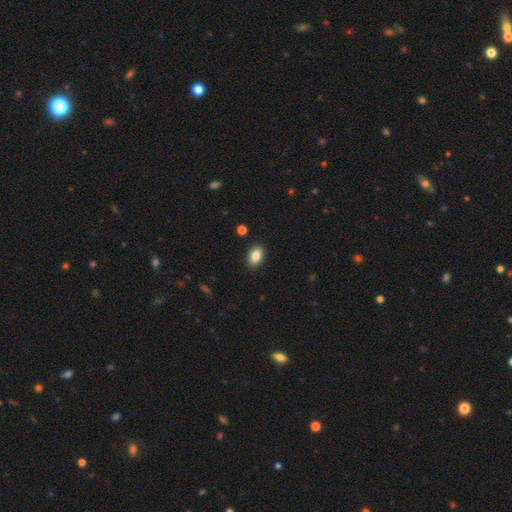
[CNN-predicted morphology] smooth_or_featured: smooth (p=0.85) [alt: star or artifact p=0.08]
how_rounded: in between (p=0.90) [alt: round p=0.08]
merging: none (p=0.88) [alt: minor disturbance p=0.09]